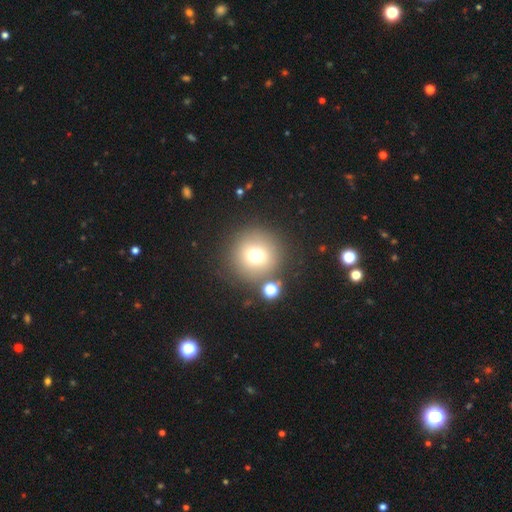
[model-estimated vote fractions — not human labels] Q: Smooth or featured?
A: smooth (71%); runner-up: star or artifact (16%)
Q: How rounded?
A: round (95%); runner-up: in between (4%)
Q: Merging?
A: none (80%); runner-up: minor disturbance (8%)